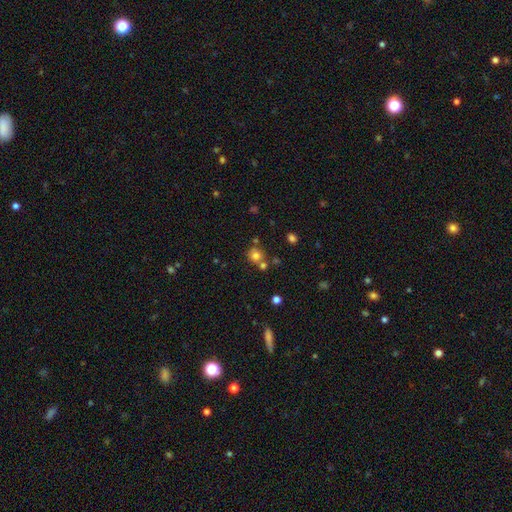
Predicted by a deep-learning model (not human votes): Smooth or featured? smooth (75%)
How rounded? round (87%)
Merging? none (64%)